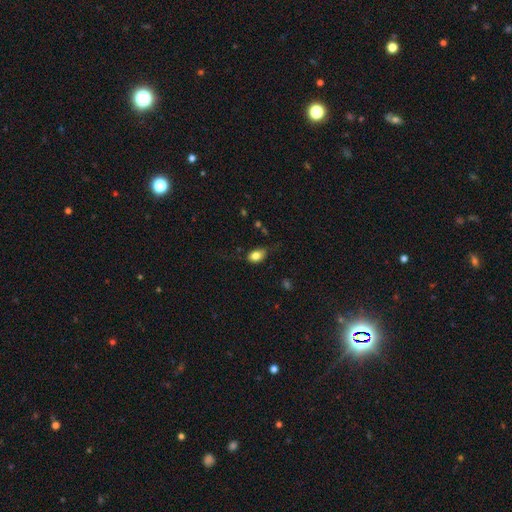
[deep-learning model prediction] A smooth galaxy with no disk features (82%) that is in between round and cigar-shaped (82%). Merging: none (66%).